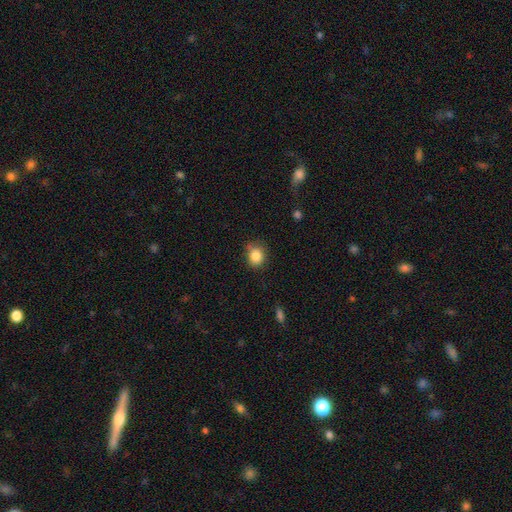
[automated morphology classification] Overall: smooth (84%). How rounded: round (66%; in between 33%). Merging: none (71%).